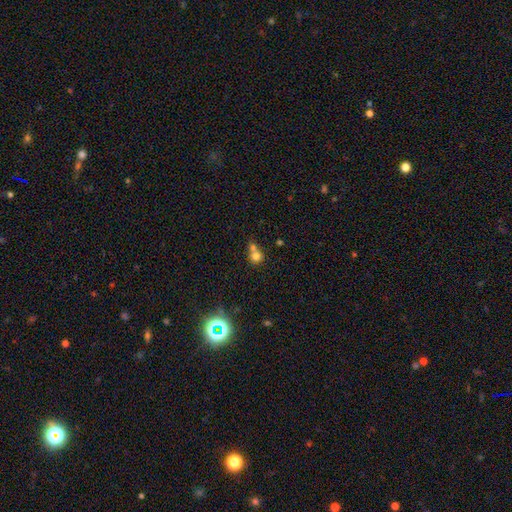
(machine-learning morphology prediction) smooth 73%, star or artifact 14%, featured or disk 12%. Down the decision tree: how rounded — round (83%); merging — merger (56%).